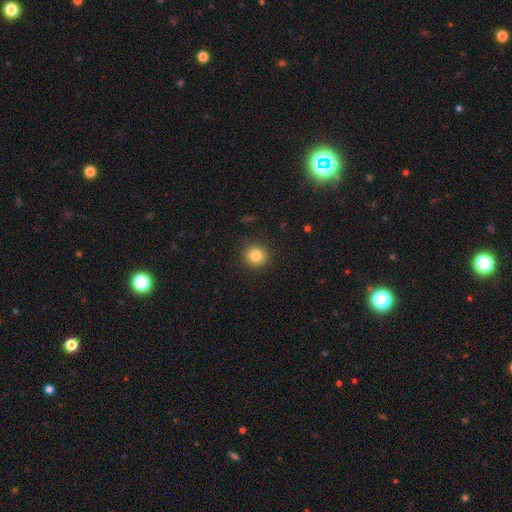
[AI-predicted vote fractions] This is clearly a smooth galaxy (83%). How rounded: clearly round (93%). Merging: clearly none (91%).